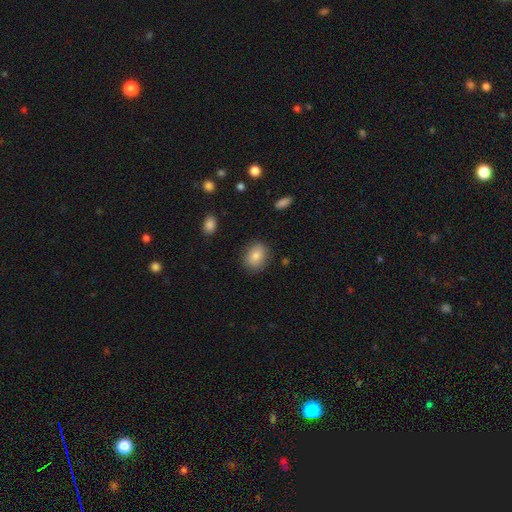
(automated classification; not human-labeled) Smooth or featured? smooth (82%)
How rounded? in between (61%)
Merging? none (85%)